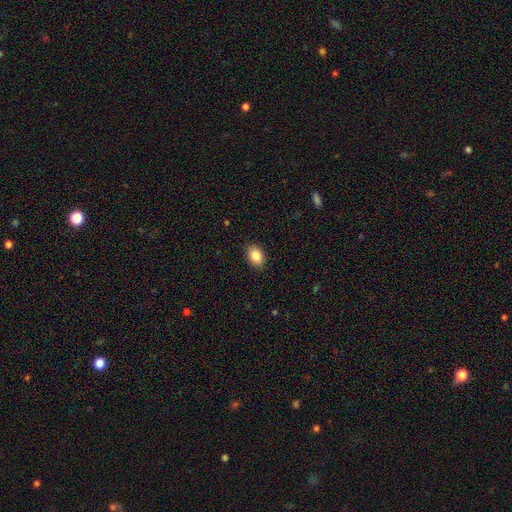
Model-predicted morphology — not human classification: Q: Smooth or featured?
A: smooth (87%); runner-up: star or artifact (8%)
Q: How rounded?
A: in between (78%); runner-up: round (21%)
Q: Merging?
A: none (88%); runner-up: minor disturbance (9%)